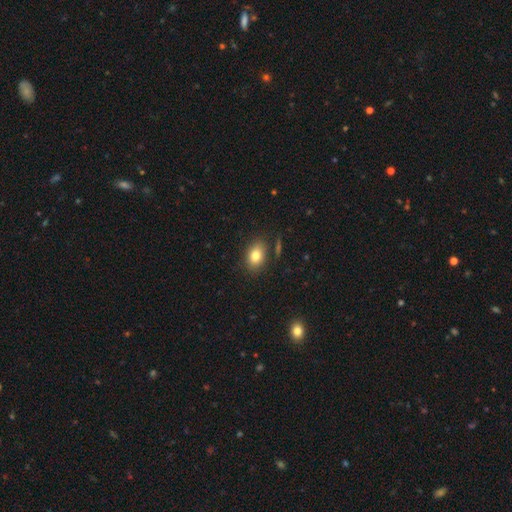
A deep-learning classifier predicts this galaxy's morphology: type=smooth (81%); roundness=in between (76%); merging=none (82%).